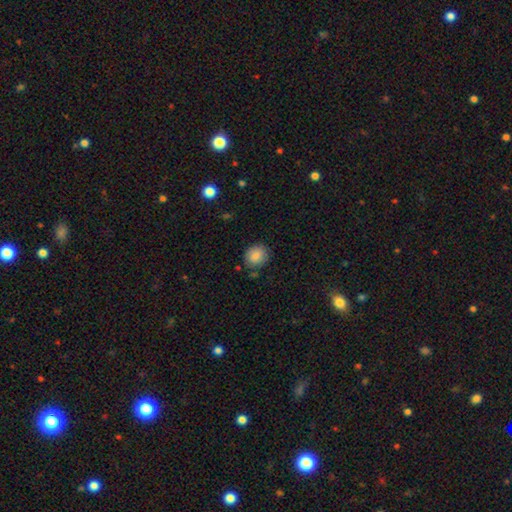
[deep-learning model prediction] Morphology: type=smooth (85%); roundness=round (72%); merging=none (78%).